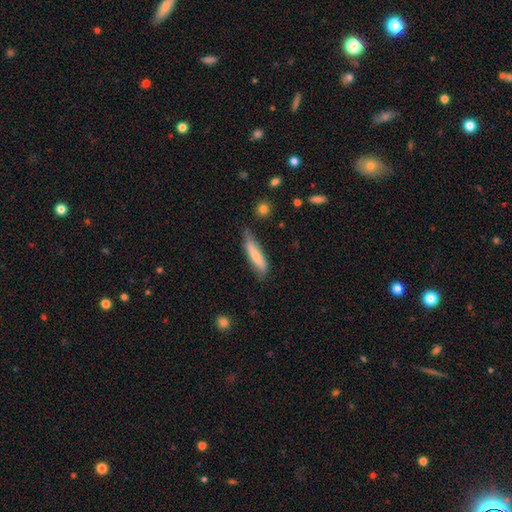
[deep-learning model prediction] Overall: smooth (69%). How rounded: cigar-shaped (80%). Merging: none (63%; minor disturbance 29%).